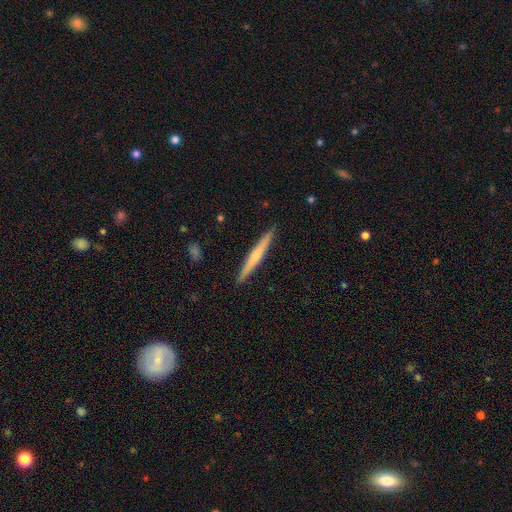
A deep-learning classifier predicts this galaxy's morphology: Q: Smooth or featured?
A: smooth (49%); runner-up: featured or disk (45%)
Q: Merging?
A: none (92%); runner-up: minor disturbance (6%)